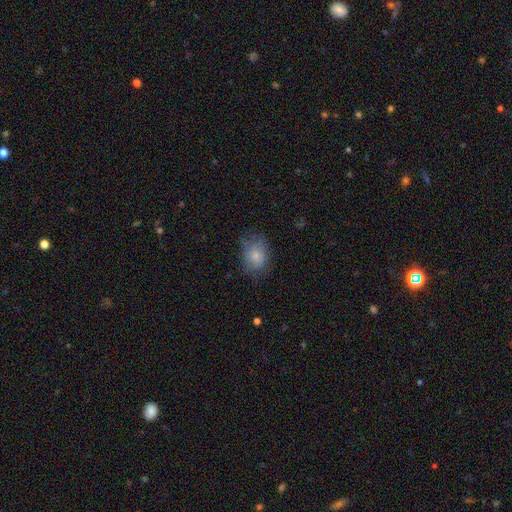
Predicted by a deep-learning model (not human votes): Smooth or featured?
  - smooth: 76% *
  - featured or disk: 16%
  - star or artifact: 9%
How rounded?
  - in between: 63% *
  - round: 36%
  - cigar-shaped: 1%
Merging?
  - none: 58% *
  - minor disturbance: 28%
  - major disturbance: 12%
  - merger: 1%